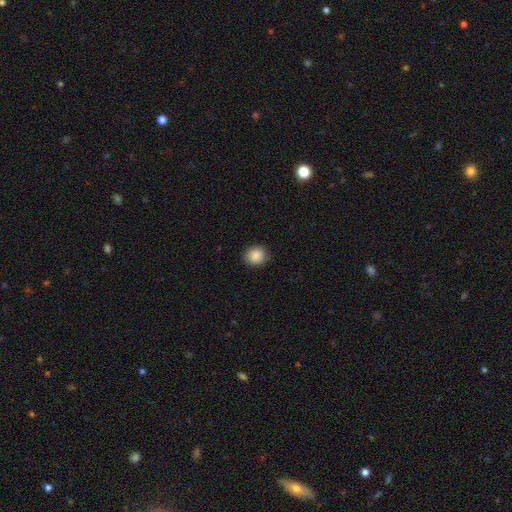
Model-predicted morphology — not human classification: Overall: smooth (88%). How rounded: round (76%). Merging: none (89%).